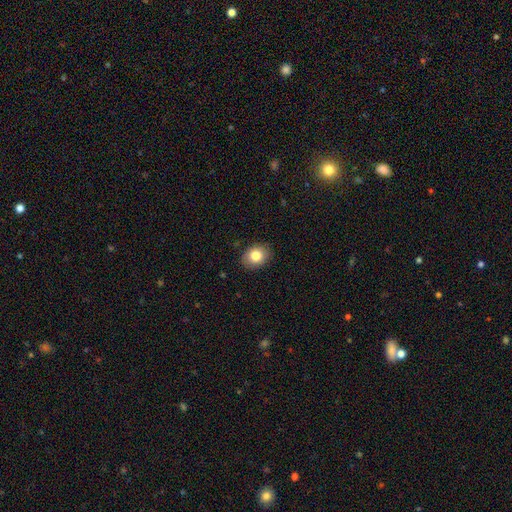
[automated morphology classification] A smooth galaxy with no disk features (82%) that is in between round and cigar-shaped (57%). Merging: none (87%).